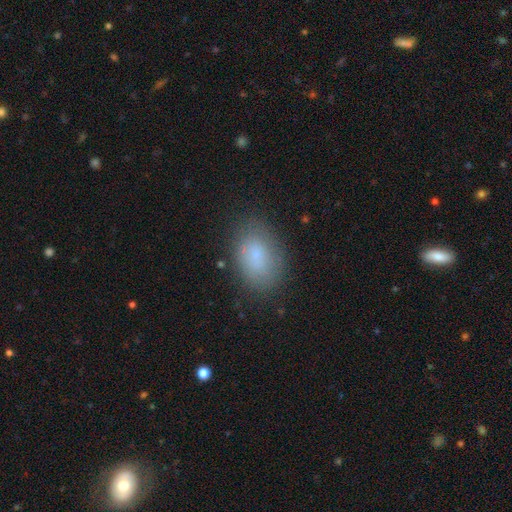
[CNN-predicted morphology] The model was most divided on "merging": none: 80%, minor disturbance: 14%, major disturbance: 4%, merger: 1%. More confident: how rounded — in between (85%); smooth or featured — smooth (79%).